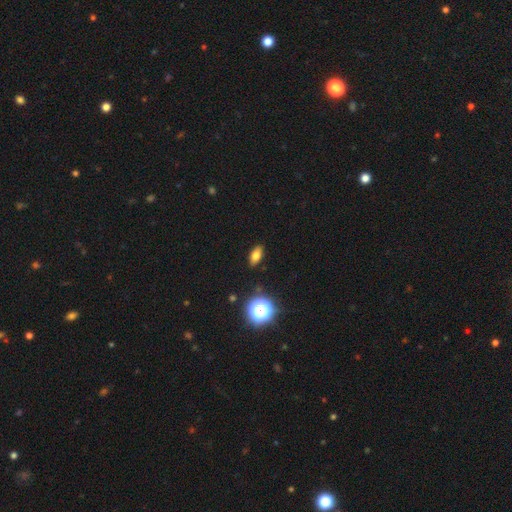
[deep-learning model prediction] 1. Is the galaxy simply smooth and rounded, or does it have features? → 74% smooth, 14% star or artifact, 12% featured or disk.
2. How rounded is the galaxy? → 82% in between, 9% round, 9% cigar-shaped.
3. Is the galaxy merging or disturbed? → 88% none, 8% minor disturbance, 2% major disturbance, 1% merger.